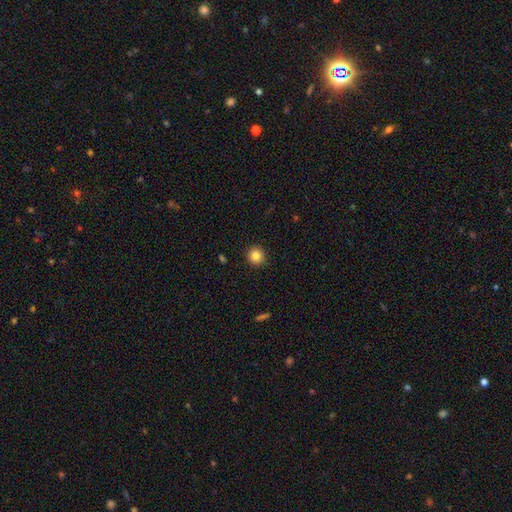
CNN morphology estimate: This appears to be a smooth galaxy with no disk features (84%) that is round (93%). Merging: none (92%).